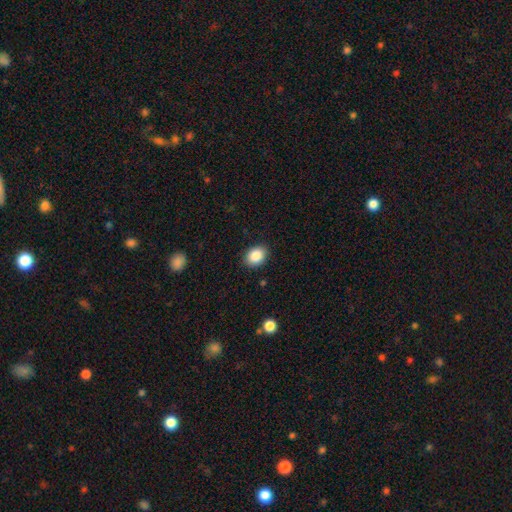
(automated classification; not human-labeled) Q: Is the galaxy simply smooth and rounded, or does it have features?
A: smooth — 88%.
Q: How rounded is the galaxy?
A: in between — 61%.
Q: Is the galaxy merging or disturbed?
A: none — 88%.